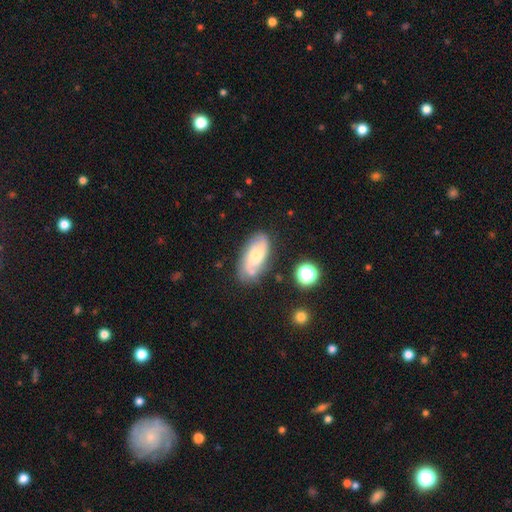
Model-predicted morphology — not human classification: The model was most divided on "smooth or featured": featured or disk: 55%, smooth: 37%, star or artifact: 8%. More confident: edge-on disk — no (90%); merging — none (65%).